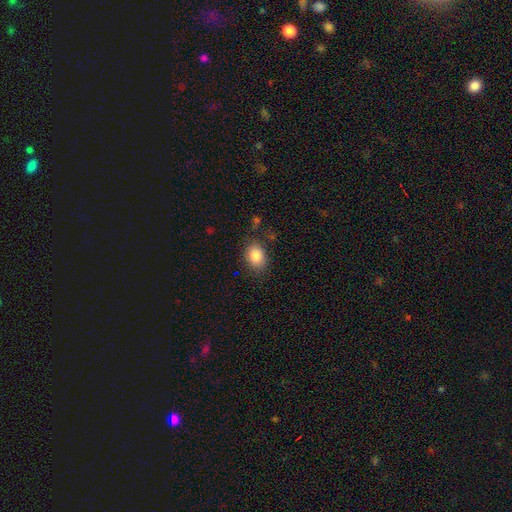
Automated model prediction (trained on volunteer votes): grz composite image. It shows a smooth galaxy with no disk features (85%) that is in between round and cigar-shaped (69%). Merging: none (79%).